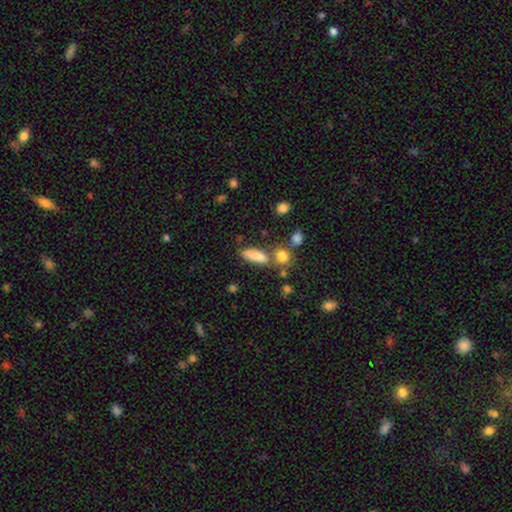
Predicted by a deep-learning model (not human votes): Smooth or featured? smooth (82%)
How rounded? in between (48%)
Merging? none (64%)